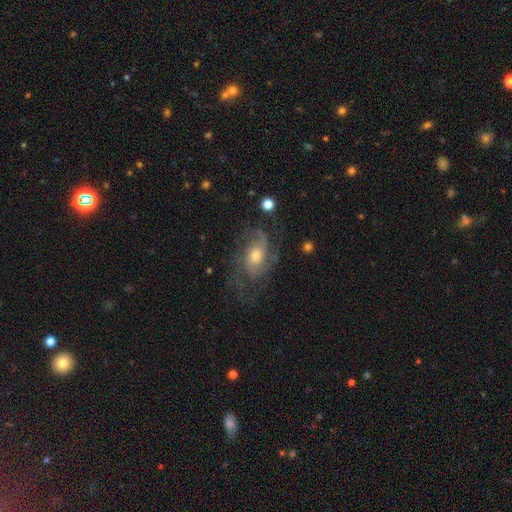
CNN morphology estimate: smooth_or_featured: featured or disk (p=0.82) [alt: smooth p=0.11]
disk_edge_on: no (p=0.96) [alt: yes p=0.04]
bar: no (p=0.70) [alt: weak p=0.25]
has_spiral_arms: yes (p=0.94) [alt: no p=0.06]
spiral_winding: medium (p=0.45) [alt: tight p=0.36]
spiral_arm_count: 2 (p=0.40) [alt: 3 p=0.22]
bulge_size: moderate (p=0.65) [alt: small p=0.25]
merging: none (p=0.62) [alt: minor disturbance p=0.20]